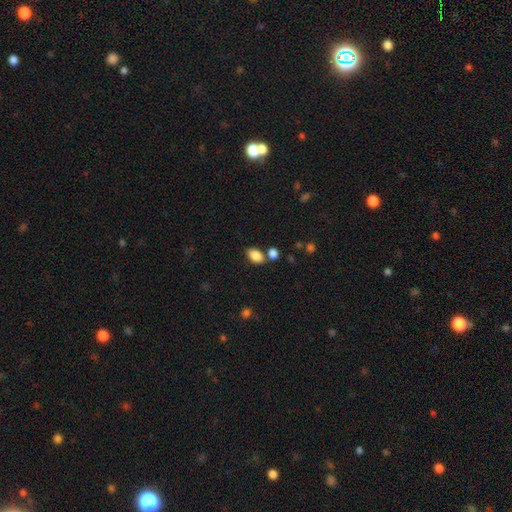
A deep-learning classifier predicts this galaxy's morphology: smooth_or_featured: smooth (p=0.86) [alt: star or artifact p=0.08]
how_rounded: in between (p=0.90) [alt: round p=0.09]
merging: none (p=0.68) [alt: merger p=0.16]